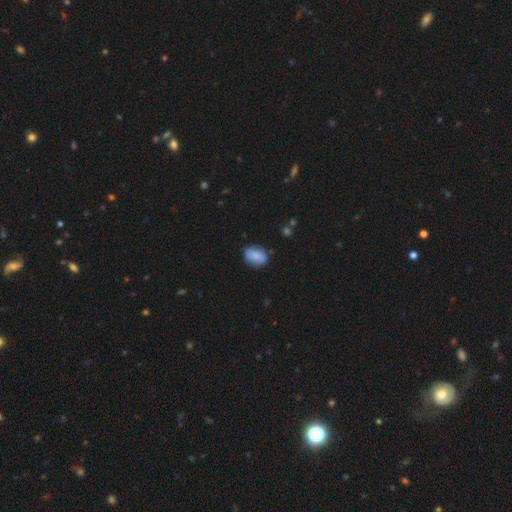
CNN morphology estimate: A smooth galaxy with no disk features (80%) that is in between round and cigar-shaped (78%).

Vote fractions:
- Smooth or featured? smooth: 80% / featured or disk: 13% / star or artifact: 7%
- How rounded? in between: 78% / round: 20% / cigar-shaped: 2%
- Merging? none: 77% / minor disturbance: 18% / major disturbance: 4% / merger: 2%